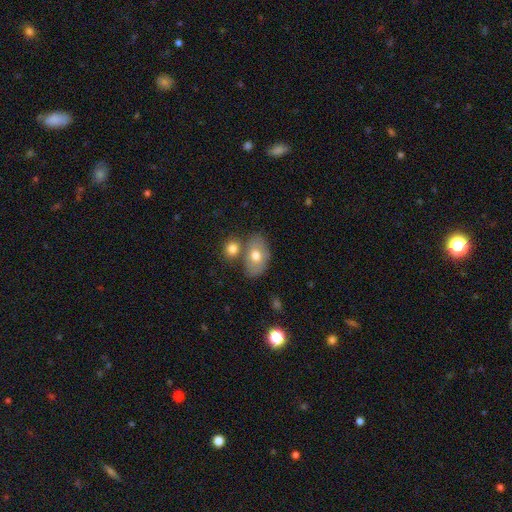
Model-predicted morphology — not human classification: smooth-or-featured: smooth: 69% | featured or disk: 23% | star or artifact: 8%
  how-rounded: in between: 87% | round: 11% | cigar-shaped: 2%
  merging: none: 55% | merger: 27% | minor disturbance: 14% | major disturbance: 4%